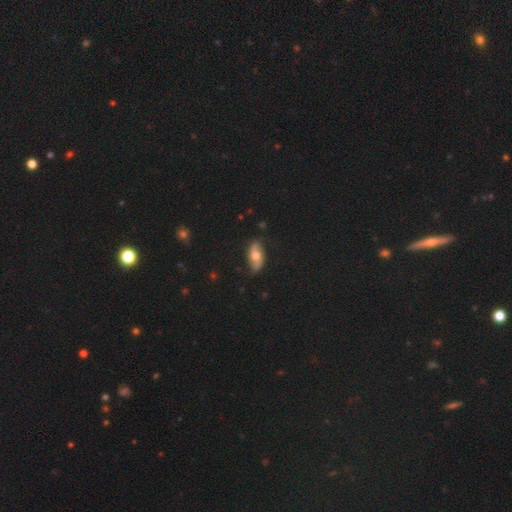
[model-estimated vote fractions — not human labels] This appears to be a featured or disk galaxy (54%). Merging: none (80%).